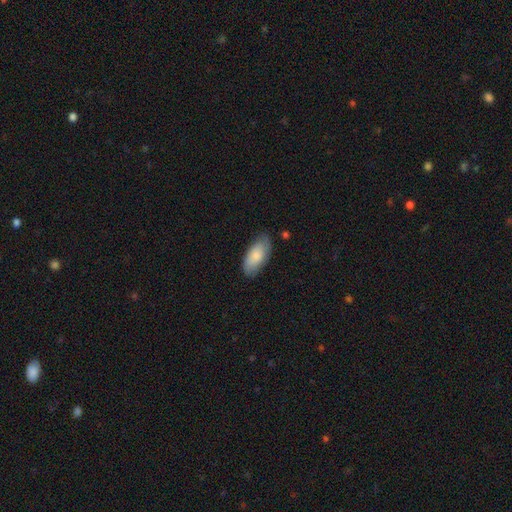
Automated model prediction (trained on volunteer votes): smooth-or-featured: smooth: 80% | featured or disk: 14% | star or artifact: 5%
  how-rounded: in between: 92% | cigar-shaped: 6% | round: 2%
  merging: none: 74% | minor disturbance: 20% | major disturbance: 4% | merger: 1%